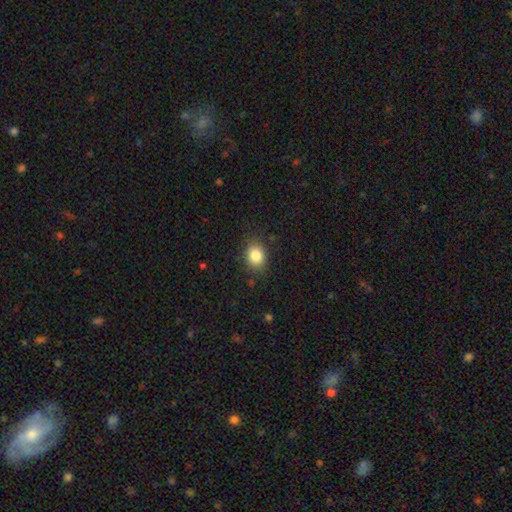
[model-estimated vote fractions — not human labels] Morphology: type=smooth (84%); roundness=in between (56%); merging=none (84%).